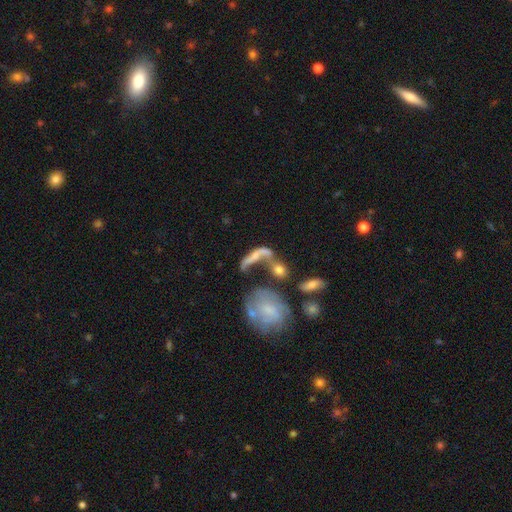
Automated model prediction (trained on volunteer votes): Smooth or featured? featured or disk (49%)
Merging? merger (42%)